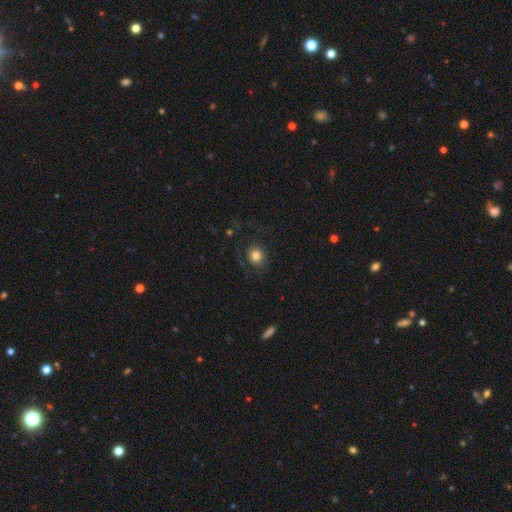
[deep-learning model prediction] Q: Smooth or featured?
A: smooth (78%); runner-up: featured or disk (12%)
Q: How rounded?
A: round (77%); runner-up: in between (22%)
Q: Merging?
A: none (75%); runner-up: minor disturbance (13%)